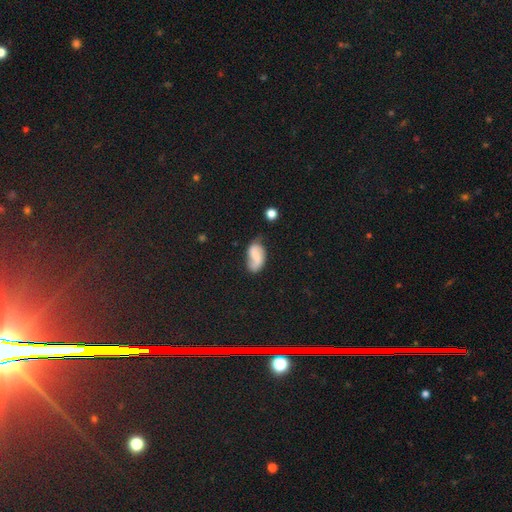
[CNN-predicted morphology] This appears to be a featured or disk galaxy (54%) with a weak bar (43%), spiral arms (89%) and a small central bulge (40%). Merging: none (57%).